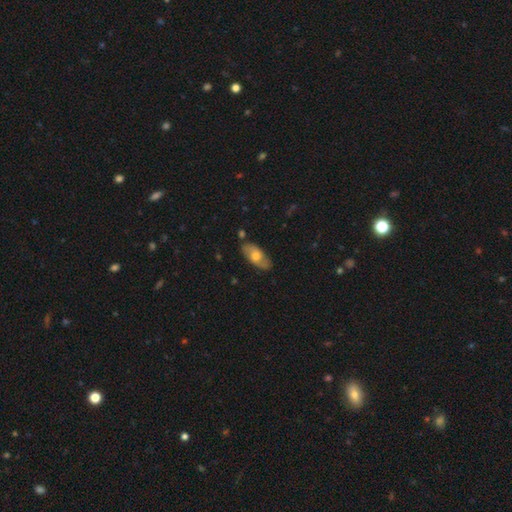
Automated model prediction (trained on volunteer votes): Overall: smooth (54%; featured or disk 40%). How rounded: in between (88%). Merging: none (81%).